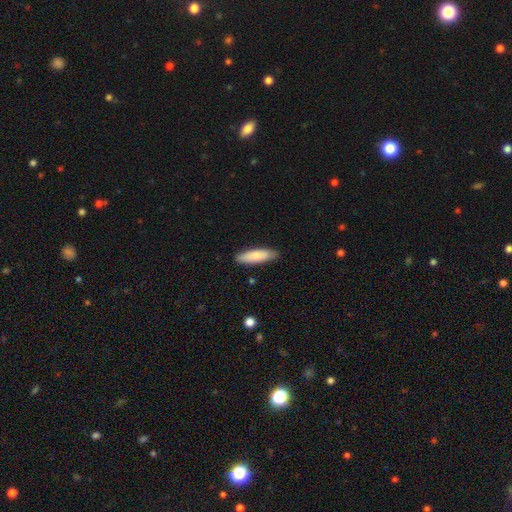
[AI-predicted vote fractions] smooth-or-featured: smooth: 82% | featured or disk: 13% | star or artifact: 5%
  how-rounded: cigar-shaped: 60% | in between: 39% | round: 1%
  merging: none: 85% | minor disturbance: 12% | major disturbance: 2% | merger: 1%